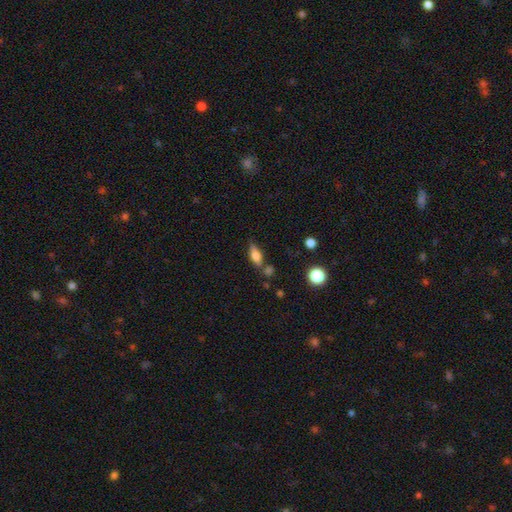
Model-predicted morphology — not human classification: Smooth or featured: smooth — 63% (featured or disk — 28%)
How rounded: in between — 69% (cigar-shaped — 26%)
Merging: none — 66% (minor disturbance — 17%)